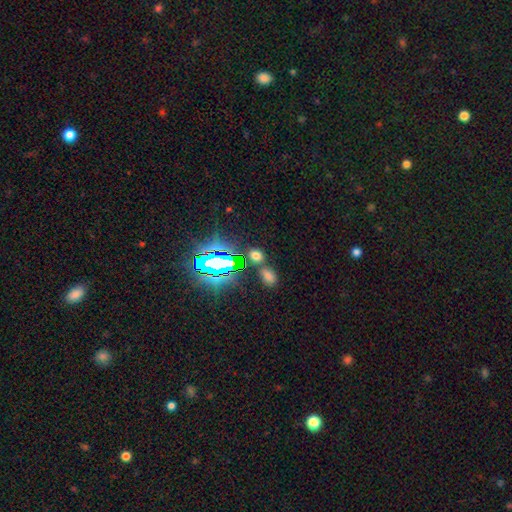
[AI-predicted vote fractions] A smooth galaxy with no disk features (58%) that is in between round and cigar-shaped (61%). Merging: none (72%).